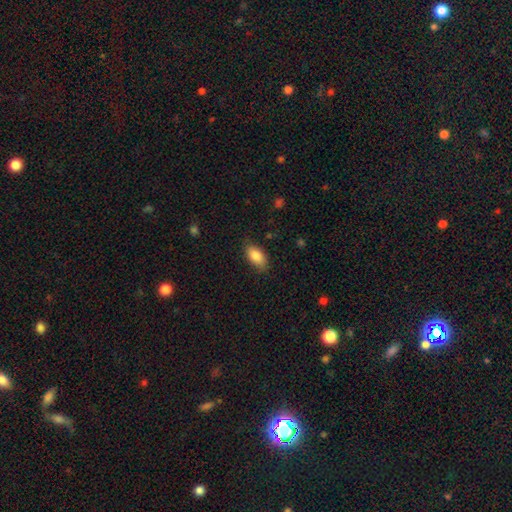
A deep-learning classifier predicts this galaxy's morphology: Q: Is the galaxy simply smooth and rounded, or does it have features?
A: smooth — 85%.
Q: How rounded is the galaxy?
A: in between — 91%.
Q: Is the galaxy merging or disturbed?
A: none — 81%.